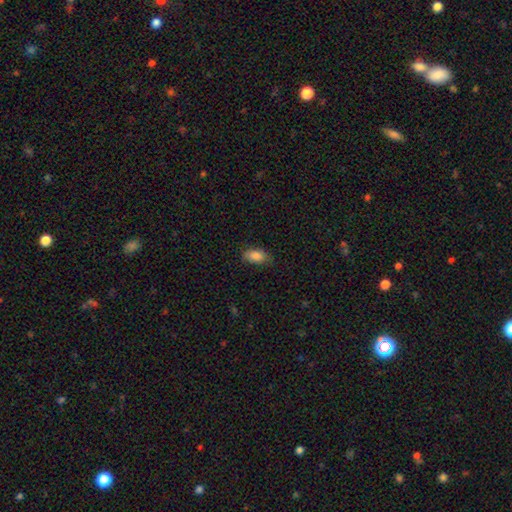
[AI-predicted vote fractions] A smooth galaxy with no disk features (86%) that is in between round and cigar-shaped (92%). Merging: none (74%).